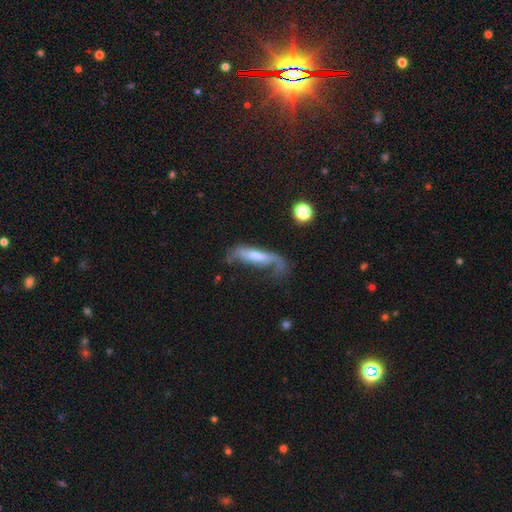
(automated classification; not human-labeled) Smooth or featured? Predicted: featured or disk (p=0.58). Edge-on disk? Predicted: no (p=0.62). Merging? Predicted: major disturbance (p=0.41).